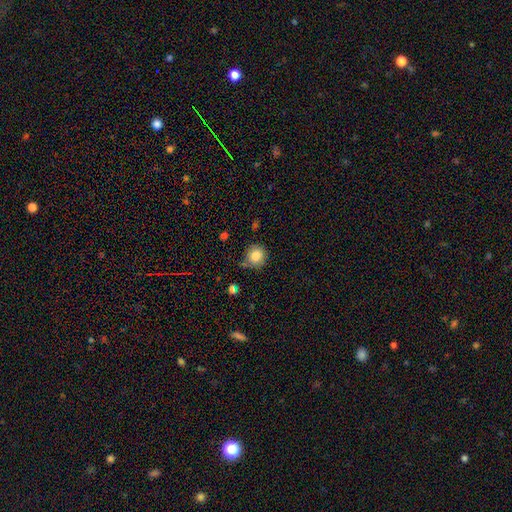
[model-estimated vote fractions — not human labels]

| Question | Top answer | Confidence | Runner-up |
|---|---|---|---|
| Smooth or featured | smooth | 84% | star or artifact (10%) |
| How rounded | round | 91% | in between (8%) |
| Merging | none | 74% | minor disturbance (17%) |